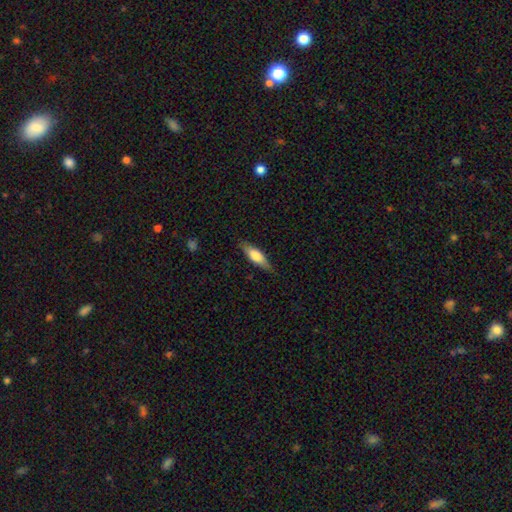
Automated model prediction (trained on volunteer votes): This appears to be a smooth galaxy with no disk features (65%) that is cigar-shaped (52%). Merging: none (83%).